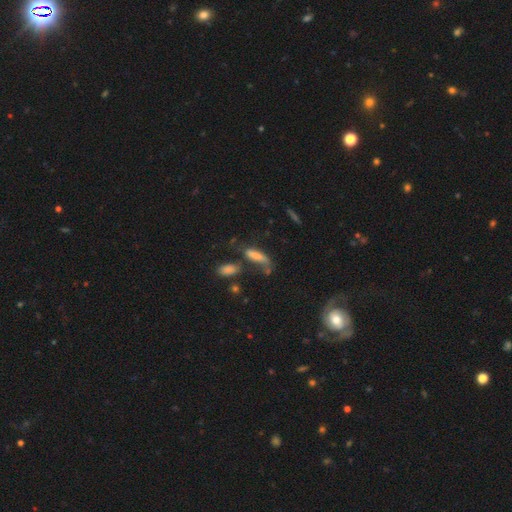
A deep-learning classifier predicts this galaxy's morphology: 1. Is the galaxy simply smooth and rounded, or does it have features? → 66% smooth, 22% featured or disk, 12% star or artifact.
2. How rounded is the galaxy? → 48% cigar-shaped (tied), 48% in between (tied), 3% round.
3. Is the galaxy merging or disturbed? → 33% none, 26% major disturbance, 21% minor disturbance, 20% merger.